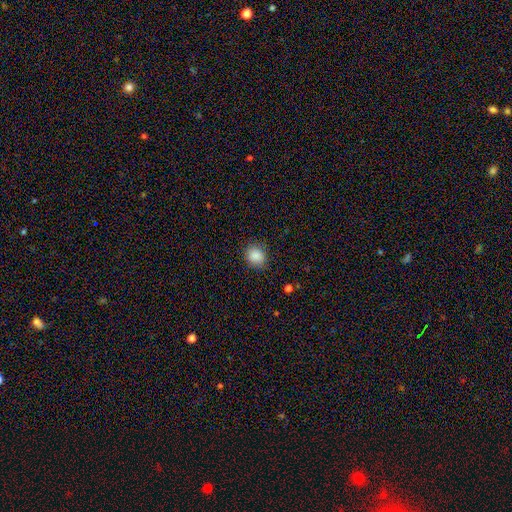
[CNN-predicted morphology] smooth-or-featured: smooth: 87% | star or artifact: 9% | featured or disk: 3%
  how-rounded: round: 67% | in between: 32% | cigar-shaped: 1%
  merging: none: 85% | minor disturbance: 11% | major disturbance: 3% | merger: 1%